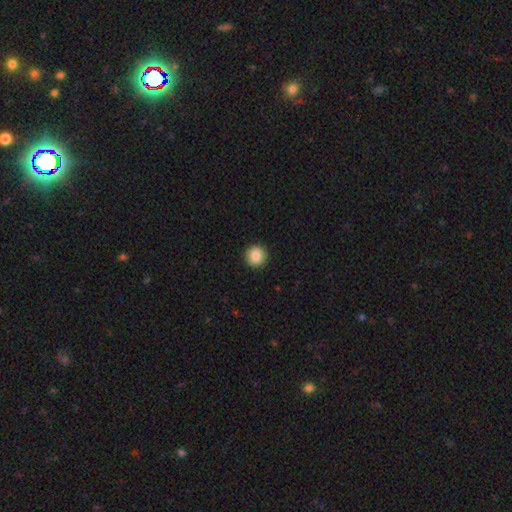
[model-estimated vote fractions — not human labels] Smooth or featured?
  - smooth: 86% *
  - star or artifact: 9%
  - featured or disk: 5%
How rounded?
  - round: 95% *
  - in between: 4%
  - cigar-shaped: 1%
Merging?
  - none: 92% *
  - minor disturbance: 5%
  - major disturbance: 2%
  - merger: 1%